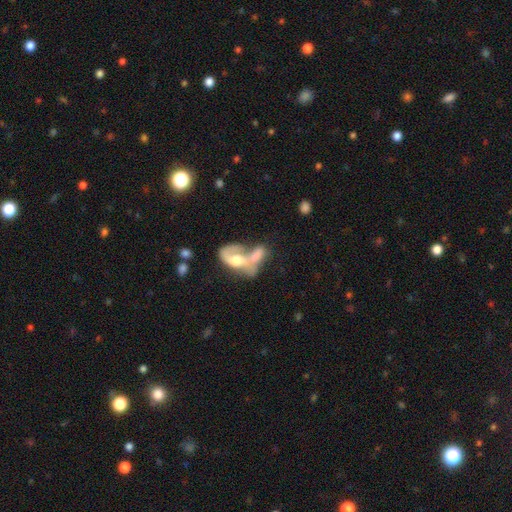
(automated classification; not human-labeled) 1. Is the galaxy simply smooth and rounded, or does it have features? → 50% featured or disk, 42% smooth, 8% star or artifact.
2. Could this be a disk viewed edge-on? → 94% no, 6% yes.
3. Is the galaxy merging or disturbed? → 72% merger, 13% major disturbance, 9% none, 6% minor disturbance.